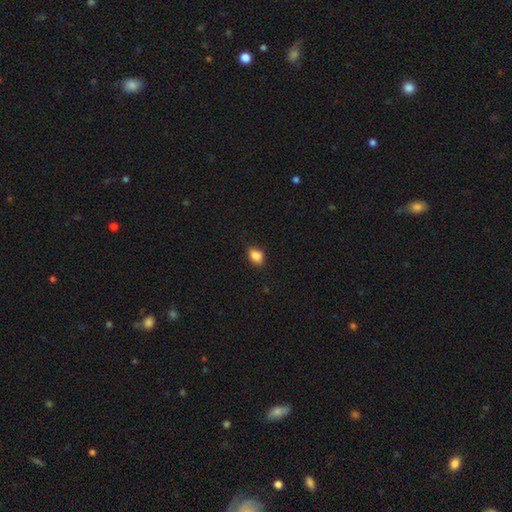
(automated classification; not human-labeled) This is clearly a smooth galaxy (87%). How rounded: likely in between (73%). Merging: clearly none (80%).